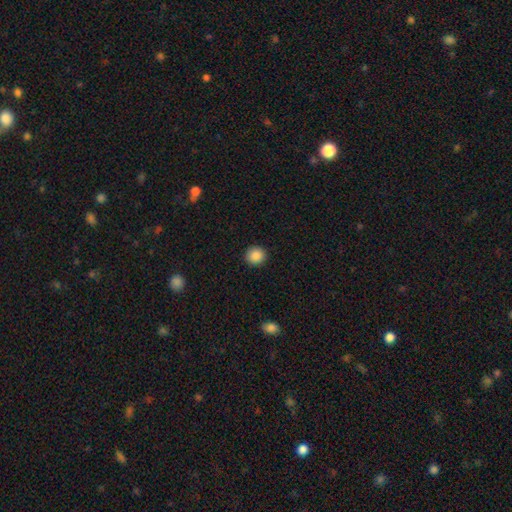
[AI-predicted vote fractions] Smooth or featured? Predicted: smooth (p=0.88). How rounded? Predicted: round (p=0.90). Merging? Predicted: none (p=0.92).